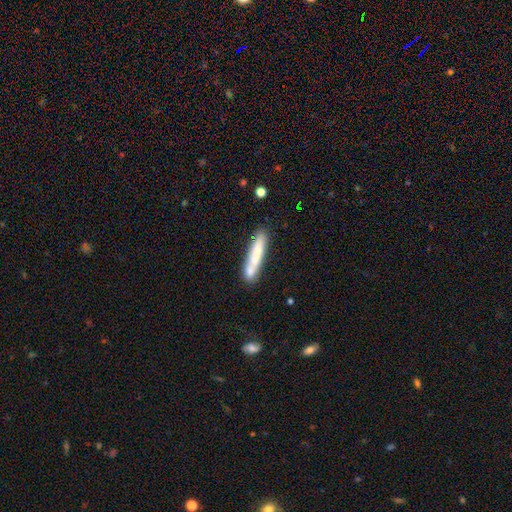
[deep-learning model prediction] This appears to be a smooth galaxy with no disk features (68%) that is cigar-shaped (91%). Merging: none (70%).